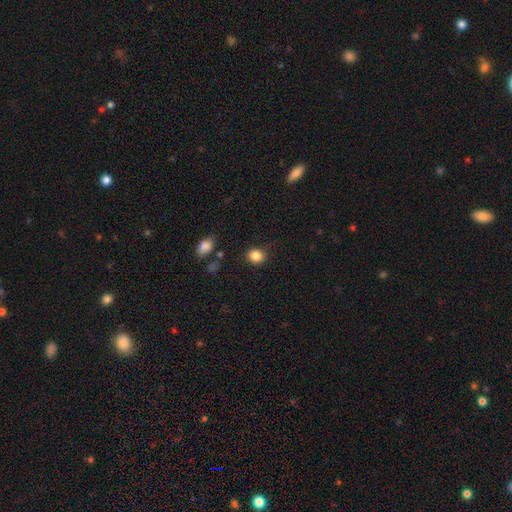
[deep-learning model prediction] Overall: smooth (85%). How rounded: round (76%). Merging: none (82%).